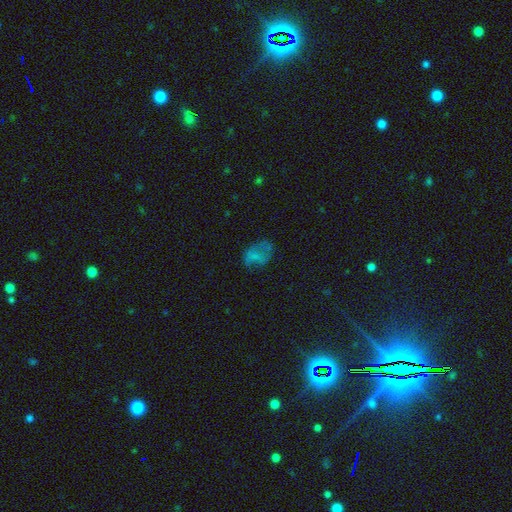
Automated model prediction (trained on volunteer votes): smooth_or_featured: smooth (p=0.53) [alt: featured or disk p=0.29]
how_rounded: in between (p=0.77) [alt: round p=0.22]
merging: none (p=0.47) [alt: minor disturbance p=0.26]